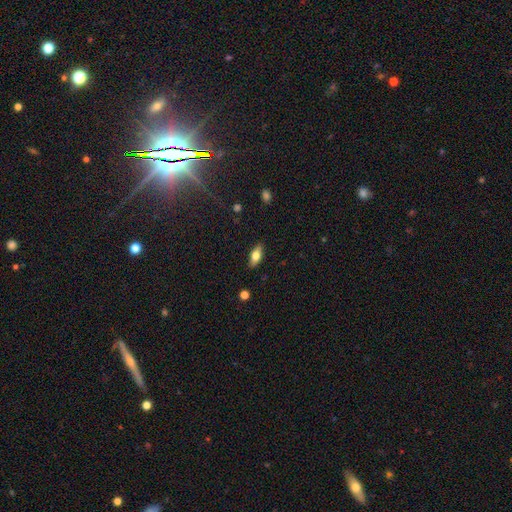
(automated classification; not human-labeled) A smooth galaxy with no disk features (62%) that is in between round and cigar-shaped (74%). Merging: none (87%).